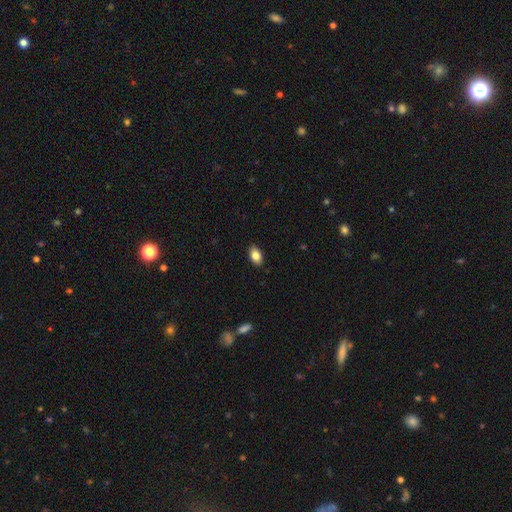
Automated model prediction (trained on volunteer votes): A smooth galaxy with no disk features (84%) that is in between round and cigar-shaped (90%).

Vote fractions:
- Smooth or featured? smooth: 84% / featured or disk: 8% / star or artifact: 8%
- How rounded? in between: 90% / round: 8% / cigar-shaped: 2%
- Merging? none: 89% / minor disturbance: 8% / major disturbance: 2% / merger: 1%